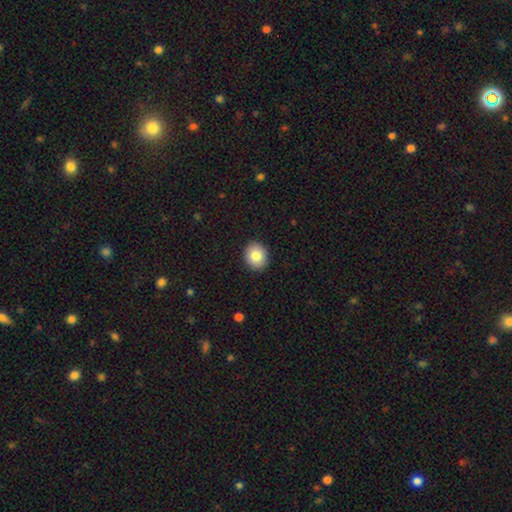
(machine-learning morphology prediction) Smooth or featured? smooth (82%)
How rounded? round (64%)
Merging? none (91%)